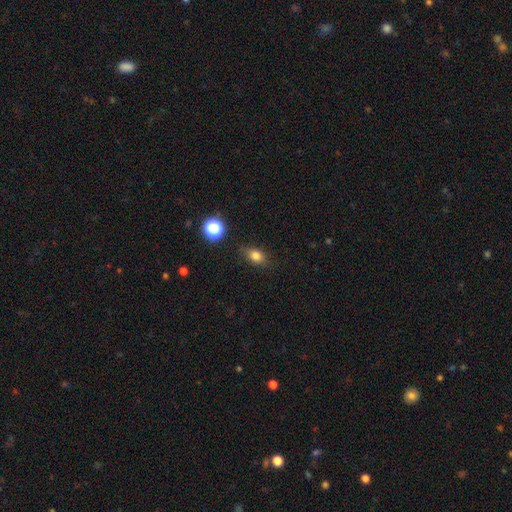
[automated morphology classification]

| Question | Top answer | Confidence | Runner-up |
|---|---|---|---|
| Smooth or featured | smooth | 79% | star or artifact (13%) |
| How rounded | in between | 69% | round (27%) |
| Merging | none | 79% | minor disturbance (15%) |